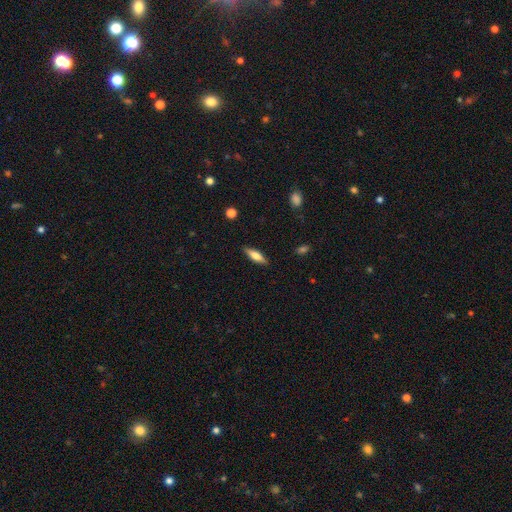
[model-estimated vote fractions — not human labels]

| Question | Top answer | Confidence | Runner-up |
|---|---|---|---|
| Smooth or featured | smooth | 57% | featured or disk (36%) |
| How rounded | cigar-shaped | 57% | in between (41%) |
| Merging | none | 88% | minor disturbance (9%) |